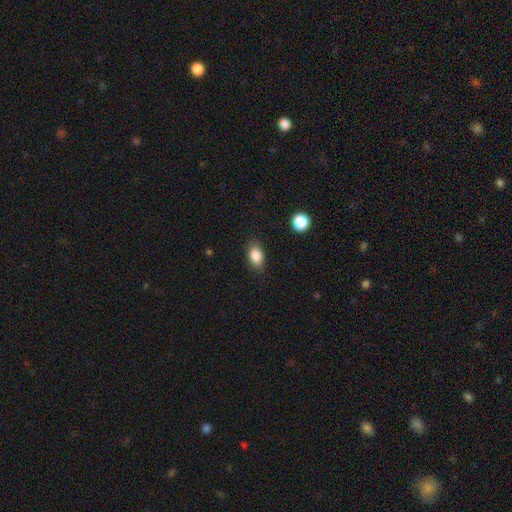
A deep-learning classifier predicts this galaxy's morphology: smooth 87%, star or artifact 8%, featured or disk 5%. Down the decision tree: how rounded — in between (85%); merging — none (83%).